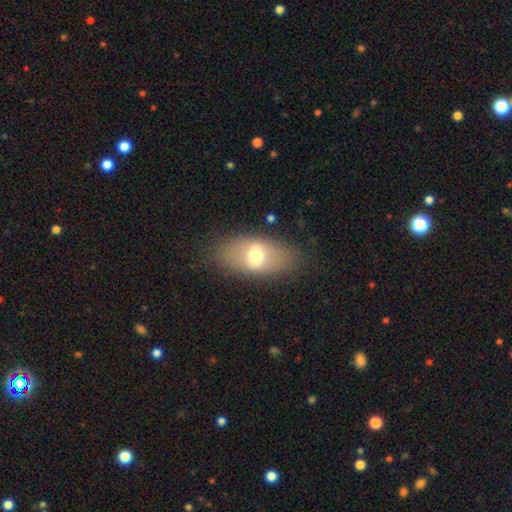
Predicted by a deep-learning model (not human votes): smooth_or_featured: smooth (p=0.60) [alt: featured or disk p=0.31]
how_rounded: in between (p=0.88) [alt: round p=0.09]
merging: none (p=0.82) [alt: minor disturbance p=0.12]